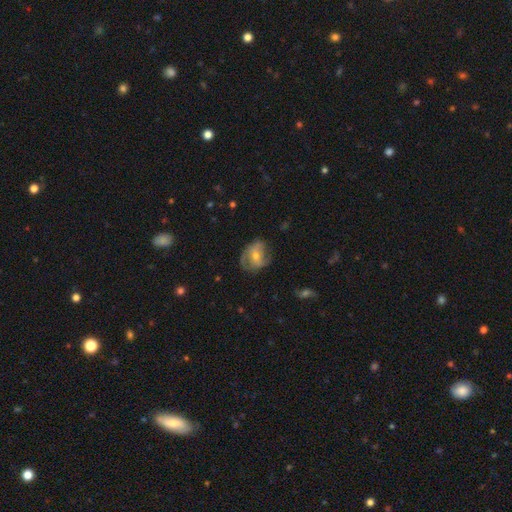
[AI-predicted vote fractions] Smooth or featured?
  - featured or disk: 61% *
  - smooth: 30%
  - star or artifact: 9%
Edge-on disk?
  - no: 95% *
  - yes: 5%
Bar?
  - no: 50% *
  - weak: 35%
  - strong: 15%
Spiral arms?
  - yes: 78% *
  - no: 22%
Bulge size?
  - small: 49% *
  - moderate: 46%
  - large: 2%
  - none: 2%
  - dominant: 1%
Merging?
  - none: 63% *
  - minor disturbance: 24%
  - major disturbance: 12%
  - merger: 1%